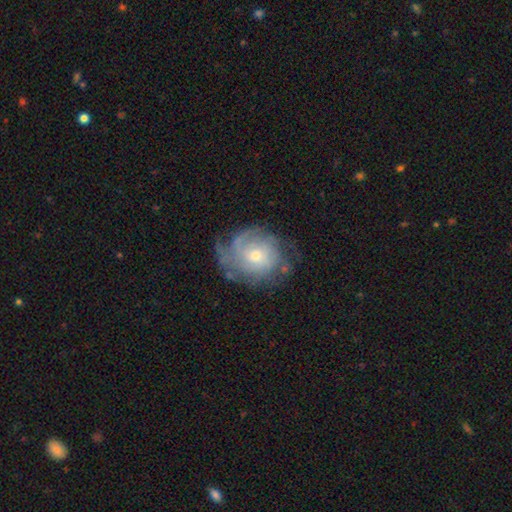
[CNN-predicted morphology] The model was most divided on "bulge size": small: 51%, moderate: 43%, large: 3%, none: 1%, dominant: 1%. More confident: edge-on disk — no (97%); spiral arms — yes (86%); bar — no (75%); smooth or featured — featured or disk (70%); merging — none (60%); spiral winding — tight (59%); spiral arm count — can't tell (51%).